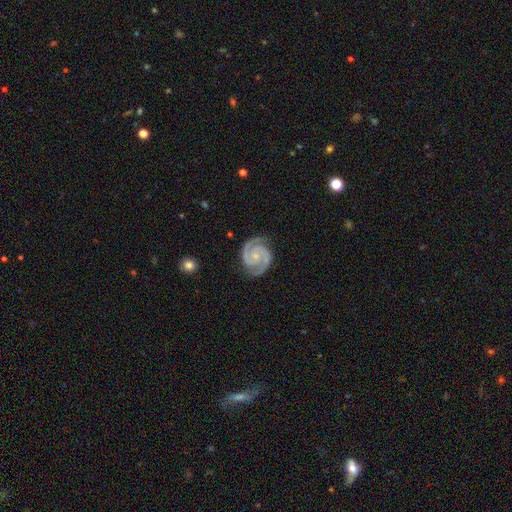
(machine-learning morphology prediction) The model was most divided on "spiral winding": tight: 60%, medium: 36%, loose: 3%. More confident: spiral arms — yes (99%); edge-on disk — no (98%); smooth or featured — featured or disk (94%); spiral arm count — 2 (92%); merging — none (84%); bar — no (69%); bulge size — small (69%).